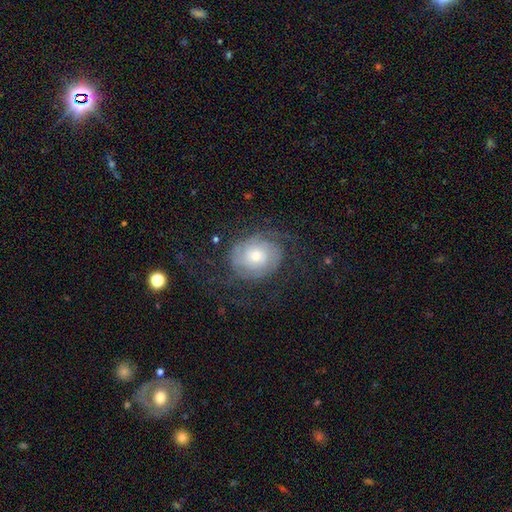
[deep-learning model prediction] Smooth or featured: featured or disk — 73% (smooth — 20%)
Edge-on disk: no — 97% (yes — 3%)
Bar: no — 77% (weak — 19%)
Spiral arms: yes — 89% (no — 11%)
Spiral winding: tight — 61% (medium — 27%)
Spiral arm count: can't tell — 37% (2 — 34%)
Bulge size: moderate — 46% (tied with small — 46%)
Merging: none — 64% (major disturbance — 18%)